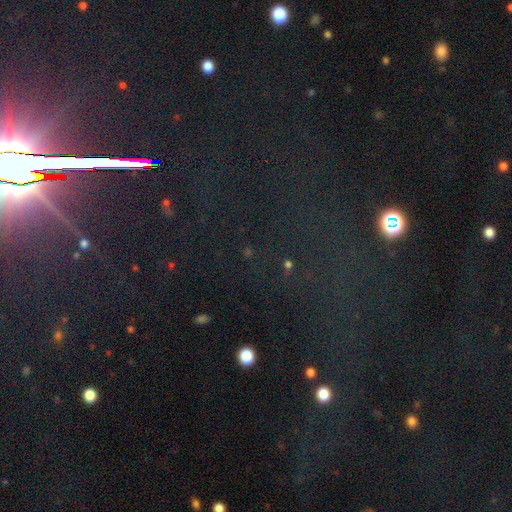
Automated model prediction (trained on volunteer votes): Morphology: type=star or artifact (78%).